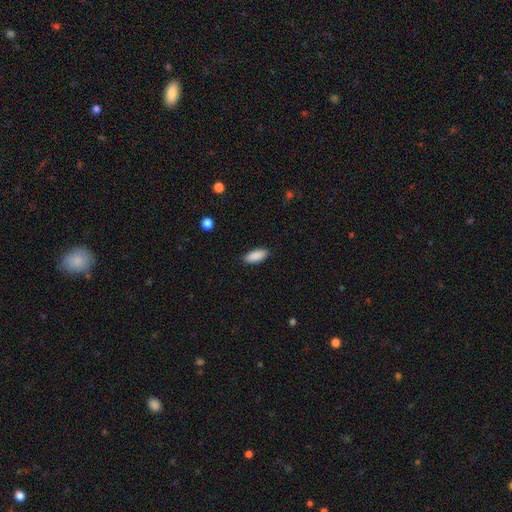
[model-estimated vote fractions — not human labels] Q: Smooth or featured?
A: smooth (90%); runner-up: star or artifact (6%)
Q: How rounded?
A: in between (84%); runner-up: cigar-shaped (14%)
Q: Merging?
A: none (89%); runner-up: minor disturbance (8%)